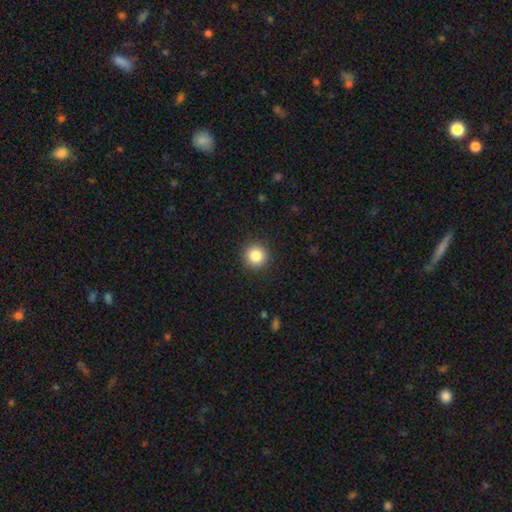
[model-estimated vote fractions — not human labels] smooth_or_featured: smooth (p=0.85) [alt: star or artifact p=0.10]
how_rounded: round (p=0.95) [alt: in between p=0.04]
merging: none (p=0.91) [alt: minor disturbance p=0.06]